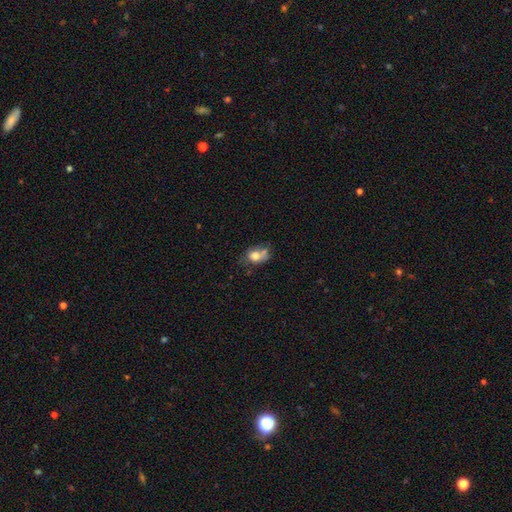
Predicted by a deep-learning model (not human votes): This appears to be a smooth galaxy with no disk features (72%) that is in between round and cigar-shaped (61%). Merging: none (35%).